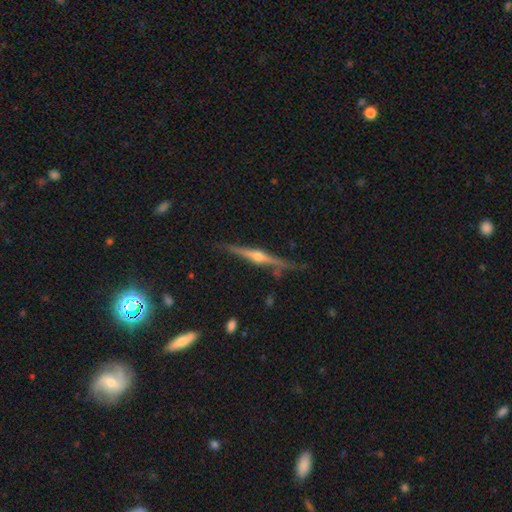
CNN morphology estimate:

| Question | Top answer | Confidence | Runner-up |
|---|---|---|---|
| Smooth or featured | featured or disk | 83% | smooth (11%) |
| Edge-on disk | yes | 98% | no (2%) |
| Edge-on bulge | rounded | 93% | none (4%) |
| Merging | none | 84% | minor disturbance (12%) |